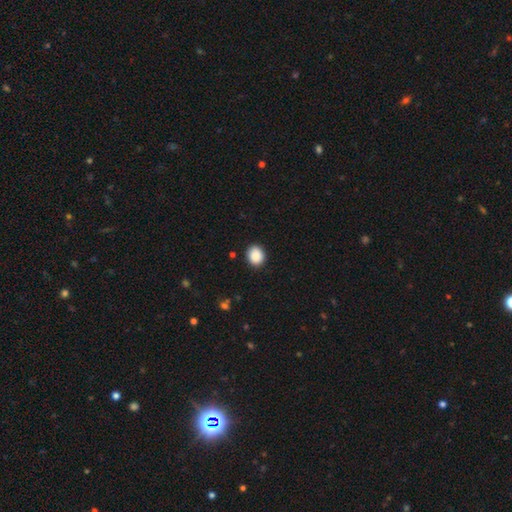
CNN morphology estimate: smooth-or-featured: smooth: 89% | star or artifact: 8% | featured or disk: 3%
  how-rounded: round: 68% | in between: 31% | cigar-shaped: 1%
  merging: none: 89% | minor disturbance: 8% | major disturbance: 2% | merger: 1%